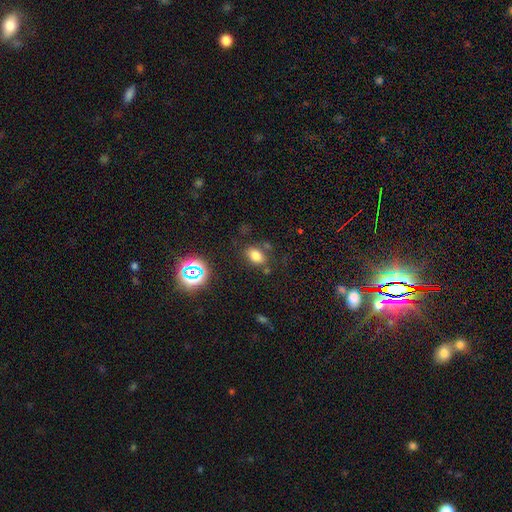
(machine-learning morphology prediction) This appears to be a smooth galaxy with no disk features (73%) that is in between round and cigar-shaped (76%). Merging: none (73%).